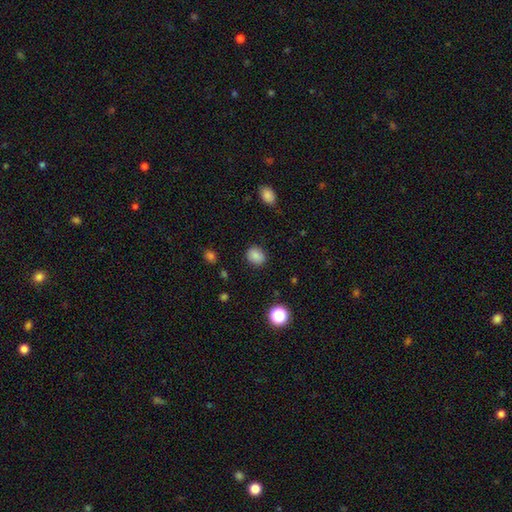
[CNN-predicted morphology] A smooth galaxy with no disk features (84%) that is round (63%). Merging: none (85%).